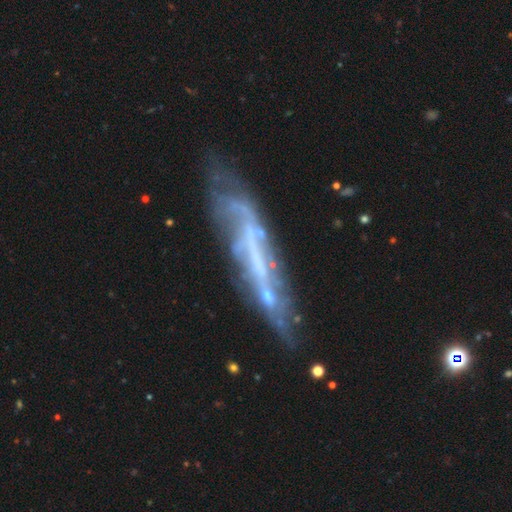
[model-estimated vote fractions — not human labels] smooth-or-featured: featured or disk: 72% | smooth: 17% | star or artifact: 11%
  disk-edge-on: no: 55% | yes: 45%
  merging: none: 50% | minor disturbance: 23% | major disturbance: 21% | merger: 7%